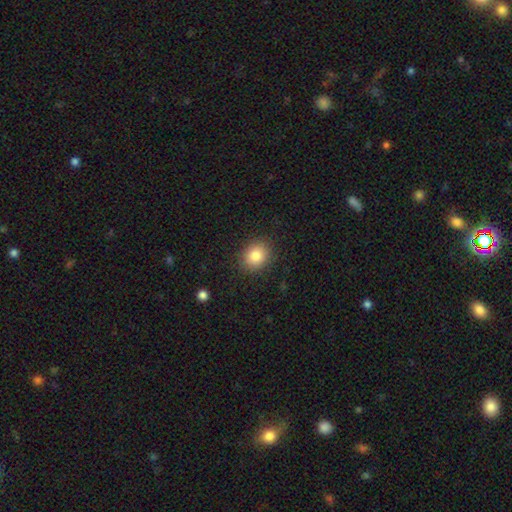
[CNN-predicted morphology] This appears to be a smooth galaxy with no disk features (84%) that is round (64%). Merging: none (87%).